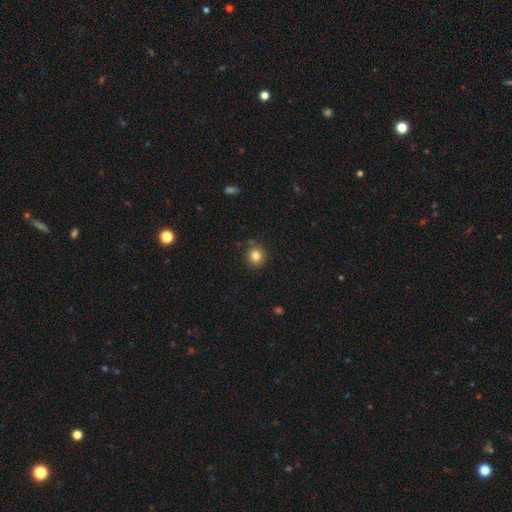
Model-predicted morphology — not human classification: type=smooth (82%); roundness=round (88%); merging=none (84%).